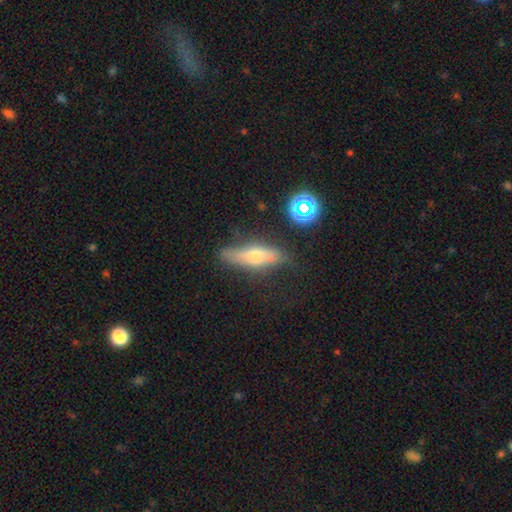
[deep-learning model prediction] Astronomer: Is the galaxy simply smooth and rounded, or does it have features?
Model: smooth — 45% (runner-up: featured or disk, 44%).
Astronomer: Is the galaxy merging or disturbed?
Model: none — 69%.